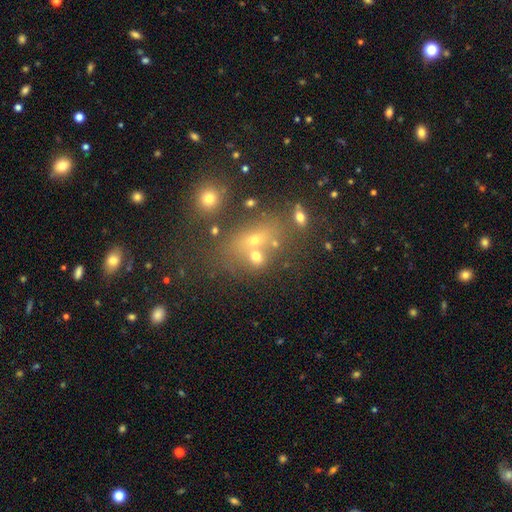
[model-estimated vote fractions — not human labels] Overall: star or artifact (41%; smooth 40%).